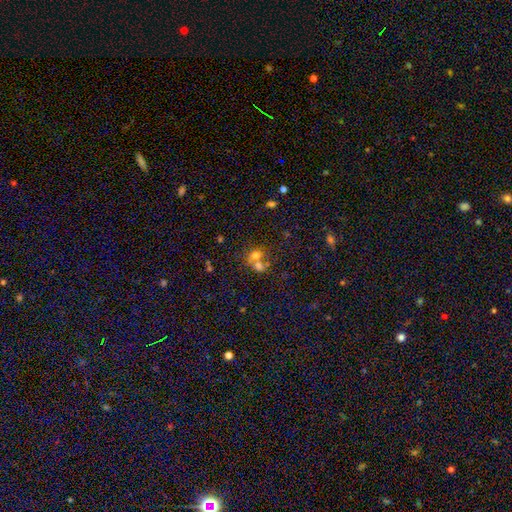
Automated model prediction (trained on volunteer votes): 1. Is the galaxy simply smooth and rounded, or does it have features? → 65% smooth, 18% featured or disk, 17% star or artifact.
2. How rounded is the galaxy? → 62% round, 37% in between, 1% cigar-shaped.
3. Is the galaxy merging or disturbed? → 59% merger, 30% none, 7% minor disturbance, 5% major disturbance.